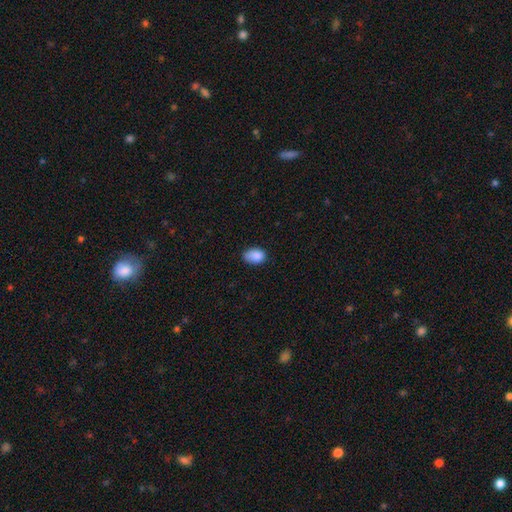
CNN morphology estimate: This is clearly a smooth galaxy (88%). How rounded: clearly in between (84%). Merging: likely none (70%).